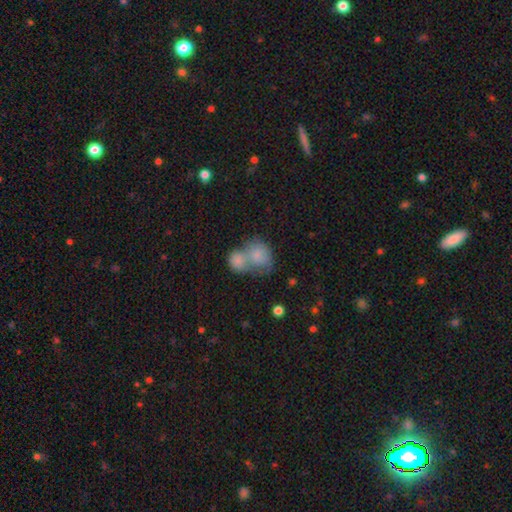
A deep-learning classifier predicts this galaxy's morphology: Q: Smooth or featured?
A: smooth (77%); runner-up: featured or disk (15%)
Q: How rounded?
A: round (58%); runner-up: in between (41%)
Q: Merging?
A: merger (71%); runner-up: none (18%)